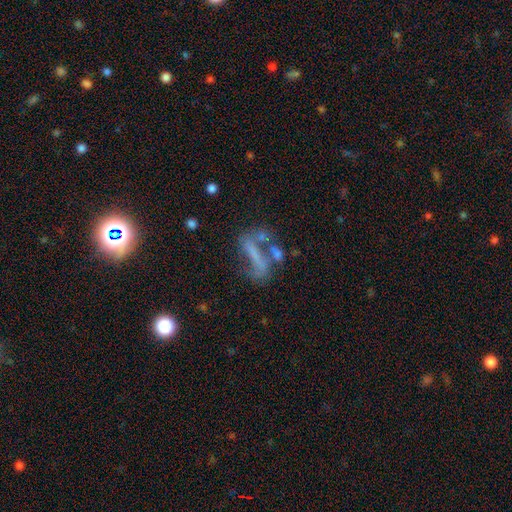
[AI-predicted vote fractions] Smooth or featured?
  - featured or disk: 49% *
  - smooth: 32%
  - star or artifact: 19%
Merging?
  - none: 34% *
  - major disturbance: 26%
  - merger: 23%
  - minor disturbance: 17%